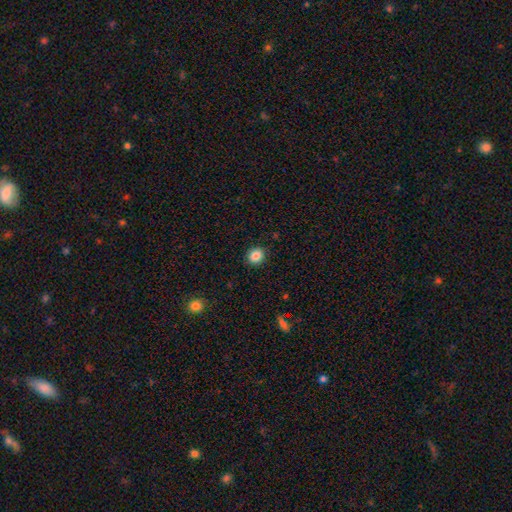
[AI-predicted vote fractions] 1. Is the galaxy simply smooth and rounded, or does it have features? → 85% smooth, 10% star or artifact, 4% featured or disk.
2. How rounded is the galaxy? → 84% round, 15% in between, 1% cigar-shaped.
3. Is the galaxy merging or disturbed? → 91% none, 6% minor disturbance, 2% major disturbance, 1% merger.